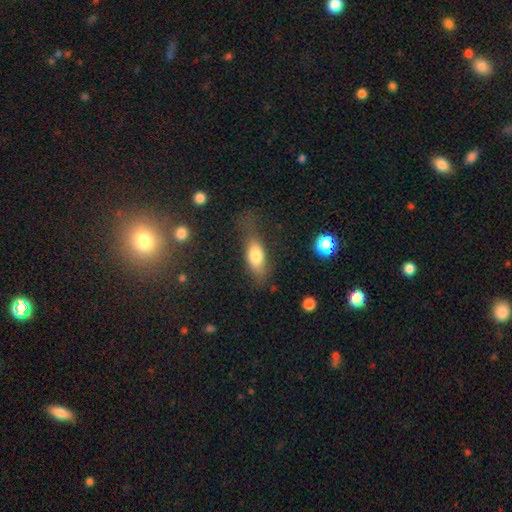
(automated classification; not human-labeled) This is likely a smooth galaxy (75%). How rounded: likely in between (80%). Merging: possibly none (51%).